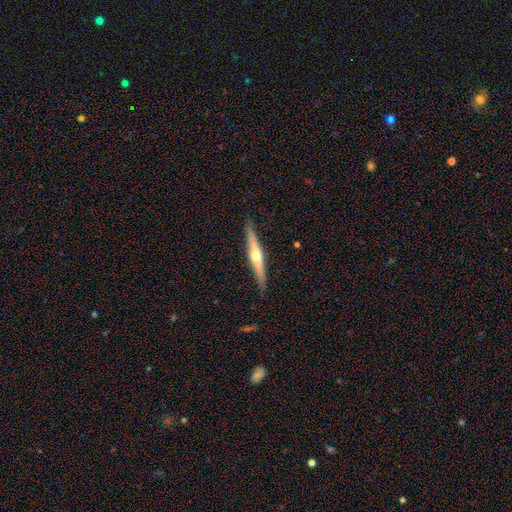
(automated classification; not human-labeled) This is likely a featured or disk galaxy (71%). It is clearly viewed edge-on (97%). Edge-on bulge: clearly rounded (92%). Merging: clearly none (90%).